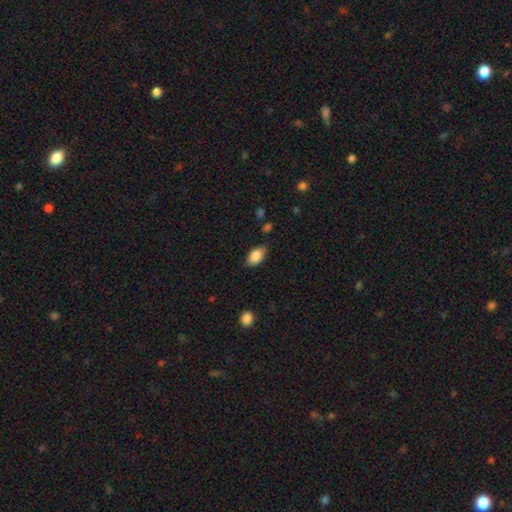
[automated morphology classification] Overall: smooth (87%). How rounded: in between (92%). Merging: none (80%).